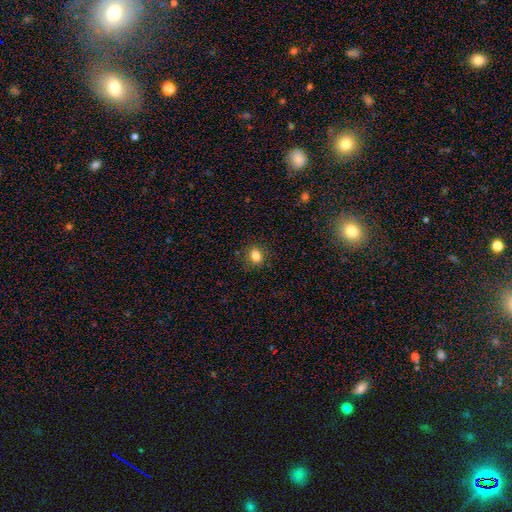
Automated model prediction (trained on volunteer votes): This is clearly a smooth galaxy (83%). How rounded: possibly round (53%). Merging: clearly none (85%).